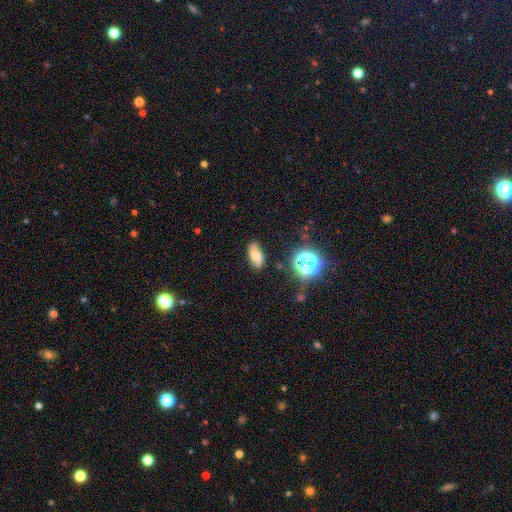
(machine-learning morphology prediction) The model was most divided on "smooth or featured": smooth: 59%, featured or disk: 27%, star or artifact: 14%. More confident: how rounded — in between (86%); merging — none (80%).